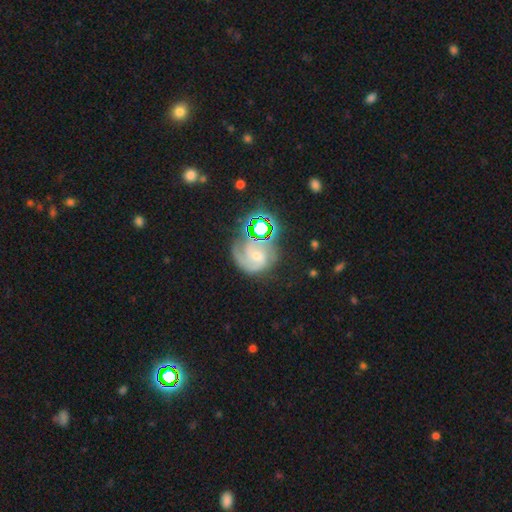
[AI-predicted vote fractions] smooth-or-featured: featured or disk: 68% | smooth: 16% | star or artifact: 16%
  disk-edge-on: no: 98% | yes: 2%
    bar: no: 58% | weak: 34% | strong: 8%
    has-spiral-arms: yes: 93% | no: 7%
      spiral-winding: medium: 44% | tight: 40% | loose: 16%
      spiral-arm-count: 2: 41% | 1: 21% | can't tell: 18% | 3: 13% | 4: 4% | more than 4: 3%
    bulge-size: small: 56% | moderate: 29% | none: 9% | large: 4% | dominant: 2%
  merging: none: 49% | minor disturbance: 22% | major disturbance: 19% | merger: 9%